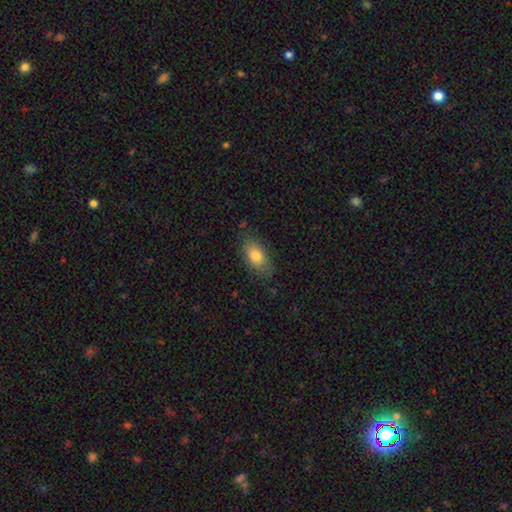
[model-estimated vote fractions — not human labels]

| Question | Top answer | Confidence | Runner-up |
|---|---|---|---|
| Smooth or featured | smooth | 80% | featured or disk (13%) |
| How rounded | in between | 90% | round (5%) |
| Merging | none | 78% | minor disturbance (16%) |